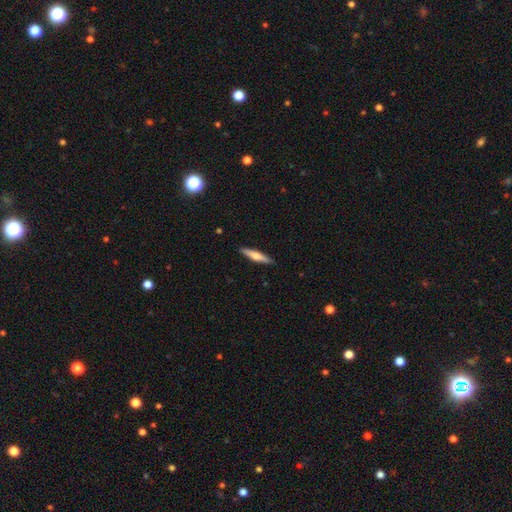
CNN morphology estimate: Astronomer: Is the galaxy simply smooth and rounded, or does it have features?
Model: smooth — 48% (runner-up: featured or disk, 46%).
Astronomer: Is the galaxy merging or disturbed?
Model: none — 90%.